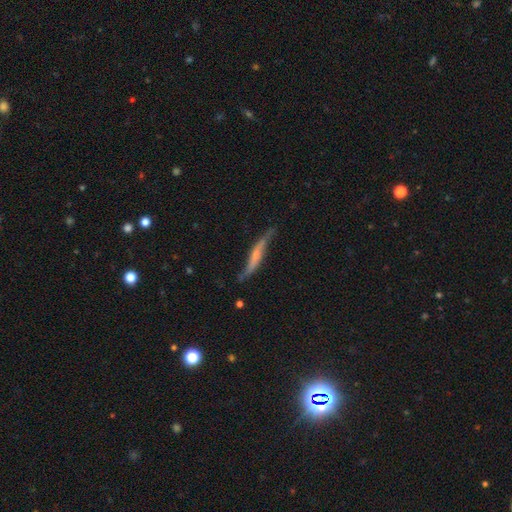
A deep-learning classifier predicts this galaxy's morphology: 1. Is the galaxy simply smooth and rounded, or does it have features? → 65% featured or disk, 29% smooth, 6% star or artifact.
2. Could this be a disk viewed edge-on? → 64% yes, 36% no.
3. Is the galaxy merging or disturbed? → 56% none, 29% minor disturbance, 11% major disturbance, 4% merger.